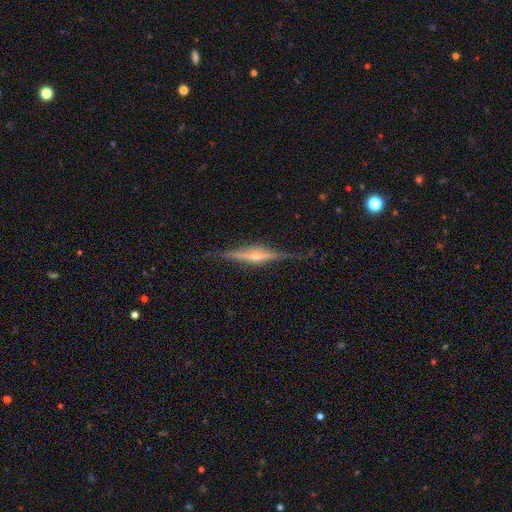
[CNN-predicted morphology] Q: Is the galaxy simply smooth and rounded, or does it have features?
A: featured or disk — 81%.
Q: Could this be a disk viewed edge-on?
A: yes — 97%.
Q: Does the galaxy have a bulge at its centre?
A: rounded — 82%.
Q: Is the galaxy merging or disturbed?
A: none — 84%.